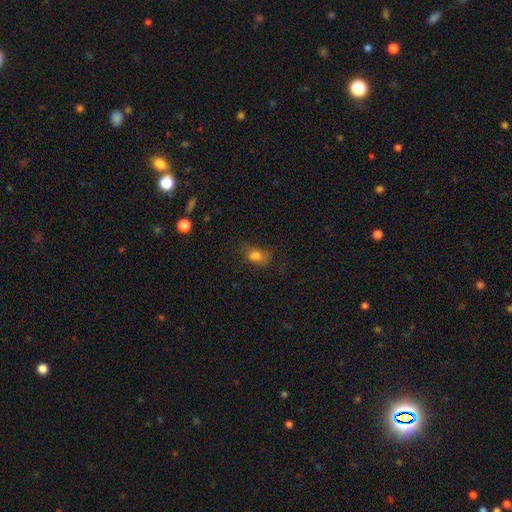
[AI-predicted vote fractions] This is likely a smooth galaxy (77%). How rounded: likely in between (75%). Merging: possibly none (56%).